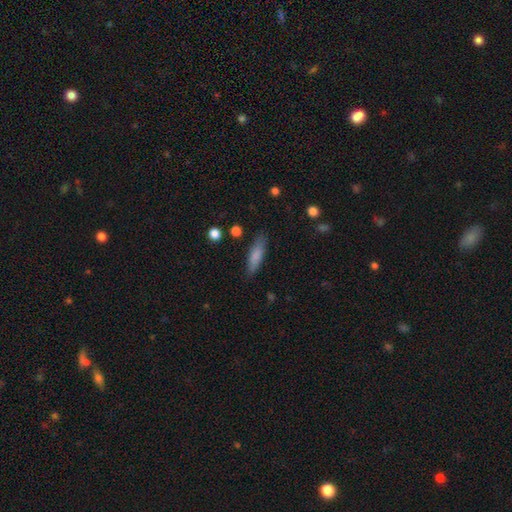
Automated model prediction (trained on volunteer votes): A smooth galaxy with no disk features (80%) that is cigar-shaped (62%).

Vote fractions:
- Smooth or featured? smooth: 80% / featured or disk: 13% / star or artifact: 7%
- How rounded? cigar-shaped: 62% / in between: 36% / round: 2%
- Merging? none: 82% / minor disturbance: 13% / major disturbance: 3% / merger: 2%